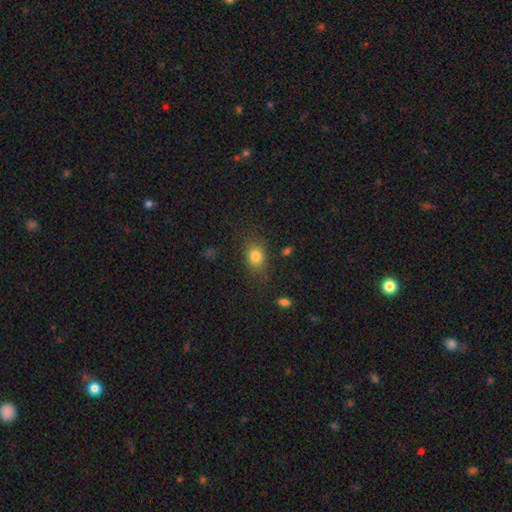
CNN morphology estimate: This appears to be a smooth galaxy with no disk features (80%) that is in between round and cigar-shaped (58%). Merging: none (78%).